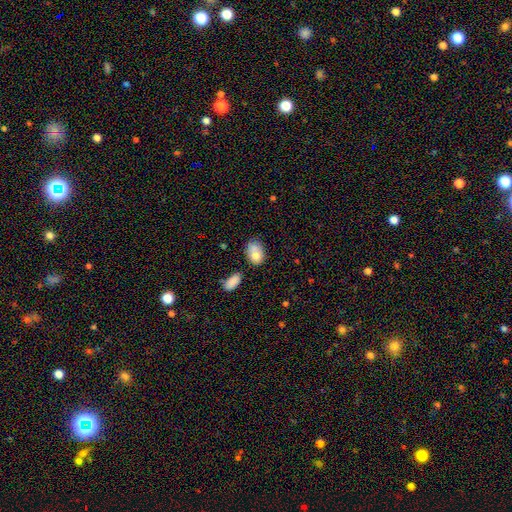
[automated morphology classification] A smooth galaxy with no disk features (75%) that is in between round and cigar-shaped (78%). Merging: none (47%).